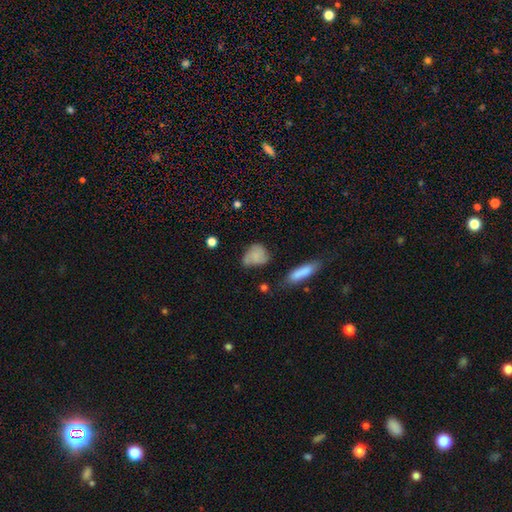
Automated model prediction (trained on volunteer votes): Smooth or featured? smooth (72%)
How rounded? in between (54%)
Merging? none (47%)